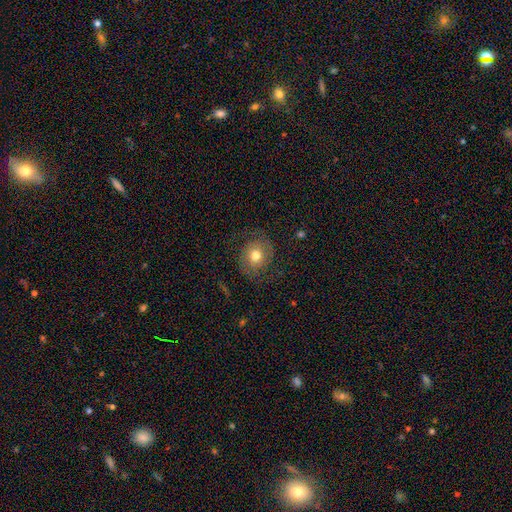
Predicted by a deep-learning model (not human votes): Q: Smooth or featured?
A: featured or disk (48%); runner-up: smooth (42%)
Q: Merging?
A: none (74%); runner-up: minor disturbance (15%)